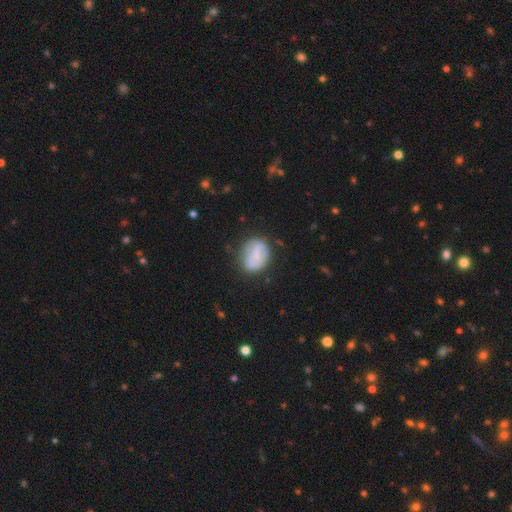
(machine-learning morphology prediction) Smooth or featured? Predicted: smooth (p=0.63). How rounded? Predicted: in between (p=0.65). Merging? Predicted: none (p=0.62).